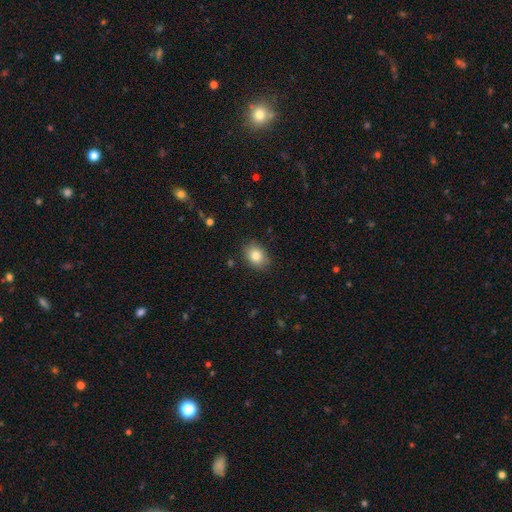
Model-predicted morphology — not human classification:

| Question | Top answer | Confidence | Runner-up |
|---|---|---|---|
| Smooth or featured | smooth | 83% | star or artifact (9%) |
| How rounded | in between | 64% | round (35%) |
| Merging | none | 85% | minor disturbance (11%) |